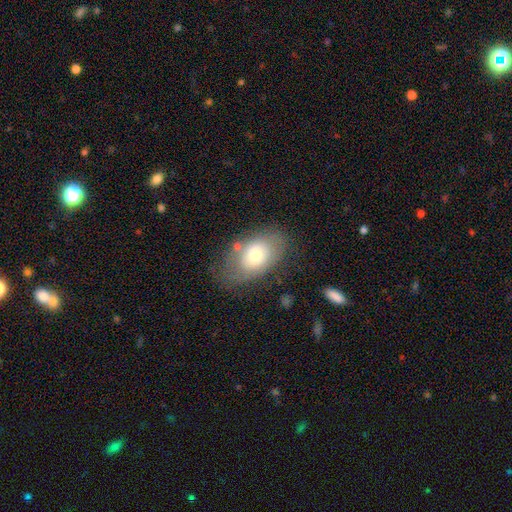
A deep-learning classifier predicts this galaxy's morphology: This appears to be a smooth galaxy with no disk features (62%) that is in between round and cigar-shaped (88%). Merging: none (65%).